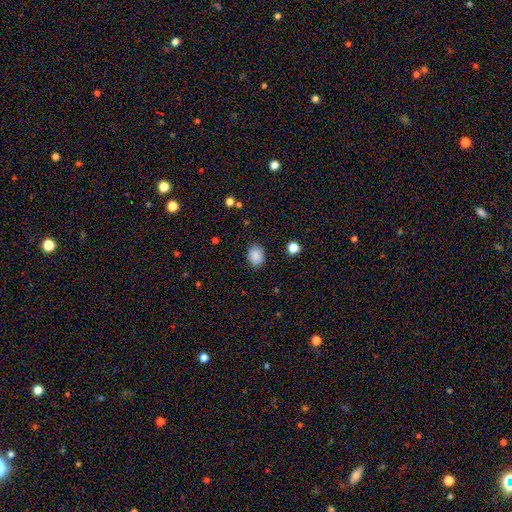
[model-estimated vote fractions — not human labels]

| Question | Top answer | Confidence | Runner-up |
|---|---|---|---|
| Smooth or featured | smooth | 87% | star or artifact (9%) |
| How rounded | in between | 62% | round (37%) |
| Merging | none | 86% | minor disturbance (10%) |